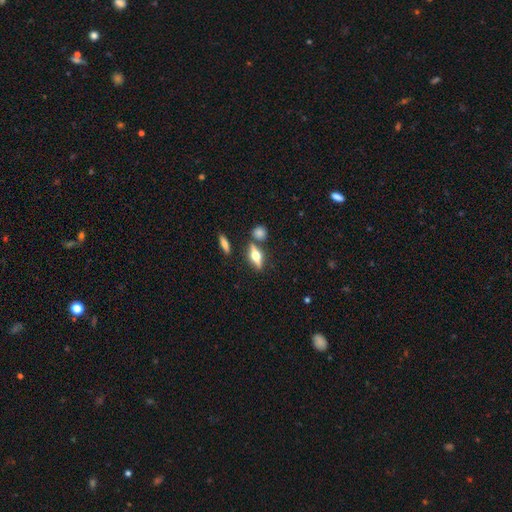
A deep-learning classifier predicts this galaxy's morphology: smooth-or-featured: featured or disk: 57% | smooth: 35% | star or artifact: 8%
  disk-edge-on: yes: 93% | no: 7%
    edge-on-bulge: rounded: 96% | boxy: 3% | none: 1%
  merging: none: 77% | merger: 11% | minor disturbance: 9% | major disturbance: 3%